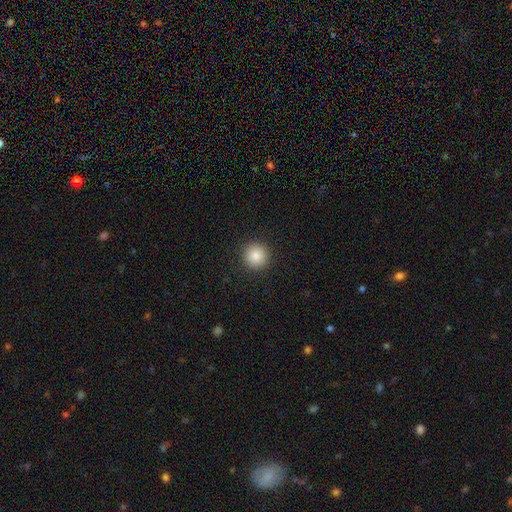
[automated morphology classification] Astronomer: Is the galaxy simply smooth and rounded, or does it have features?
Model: smooth — 87%.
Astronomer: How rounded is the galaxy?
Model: round — 95%.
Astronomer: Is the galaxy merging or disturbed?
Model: none — 93%.